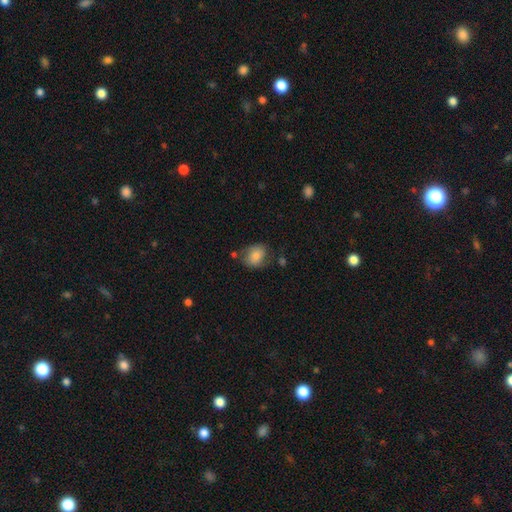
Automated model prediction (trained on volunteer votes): A smooth galaxy with no disk features (77%) that is in between round and cigar-shaped (55%). Merging: none (61%).